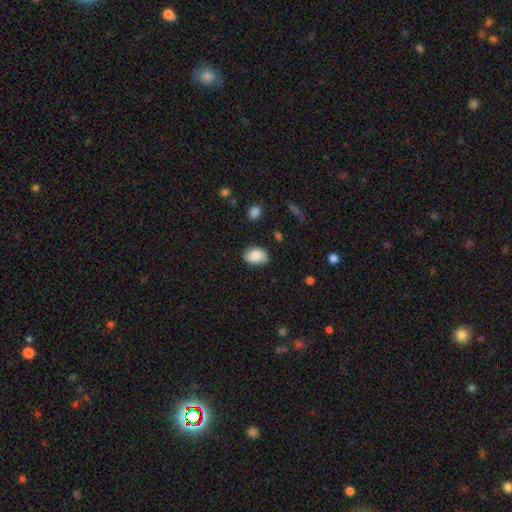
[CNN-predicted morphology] Overall: smooth (84%). How rounded: in between (86%). Merging: none (80%).